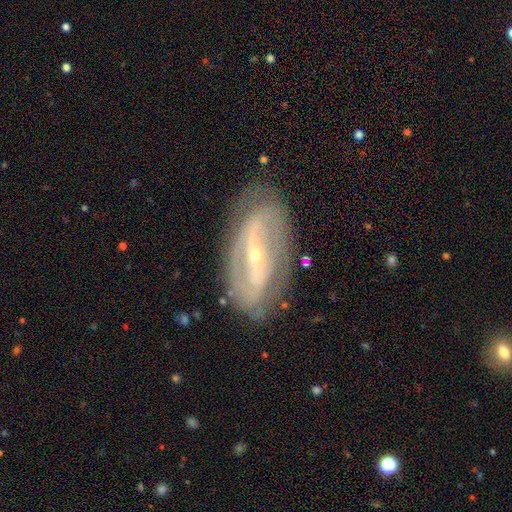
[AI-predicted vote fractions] Overall: featured or disk (82%). Edge-on disk: no (89%). Bar: strong (58%; weak 25%). Spiral arms: yes (73%). Spiral arm count: 2 (66%). Spiral winding: tight (45%; medium 36%). Bulge size: small (74%). Merging: none (78%).